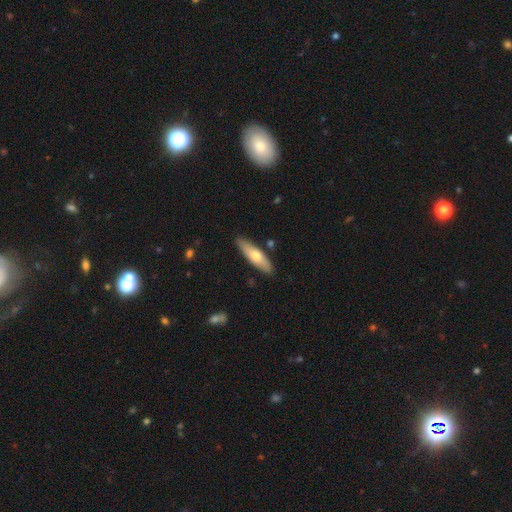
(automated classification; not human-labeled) smooth-or-featured: smooth: 63% | featured or disk: 31% | star or artifact: 5%
  how-rounded: cigar-shaped: 63% | in between: 35% | round: 2%
  merging: none: 86% | minor disturbance: 10% | merger: 2% | major disturbance: 2%